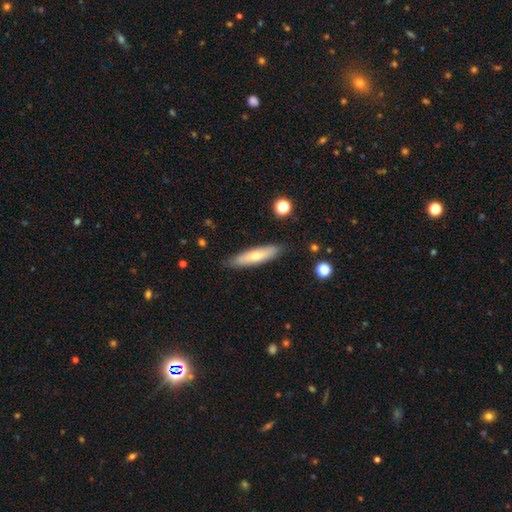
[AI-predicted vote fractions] Smooth or featured? smooth (58%)
How rounded? cigar-shaped (75%)
Merging? none (87%)